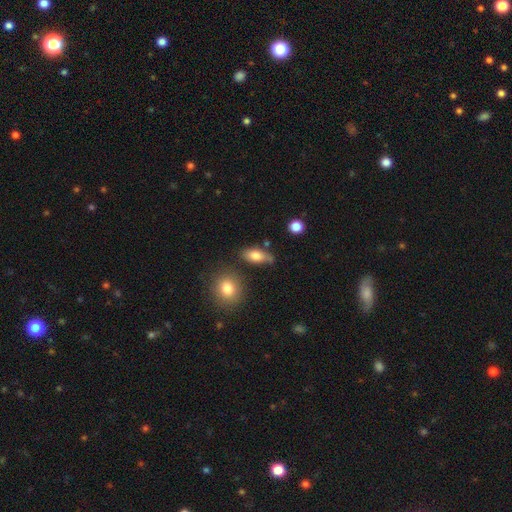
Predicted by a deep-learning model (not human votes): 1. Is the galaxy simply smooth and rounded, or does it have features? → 78% smooth, 14% featured or disk, 8% star or artifact.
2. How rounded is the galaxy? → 80% in between, 13% cigar-shaped, 7% round.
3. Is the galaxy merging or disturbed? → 60% none, 25% minor disturbance, 8% merger, 7% major disturbance.